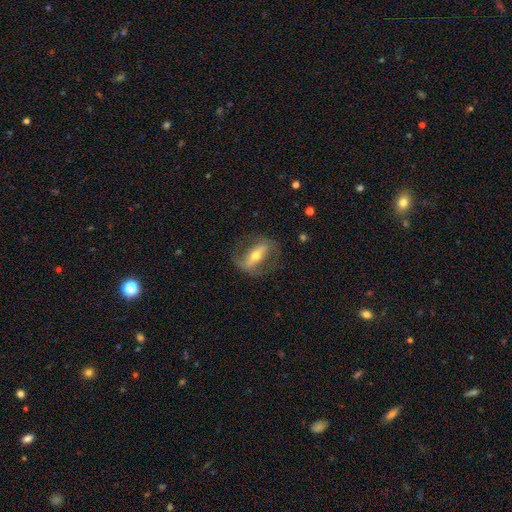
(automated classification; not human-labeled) featured or disk 74%, smooth 20%, star or artifact 6%. Down the decision tree: edge-on disk — no (80%); bar — strong (63%); spiral arms — yes (69%); bulge size — moderate (61%); merging — none (71%).